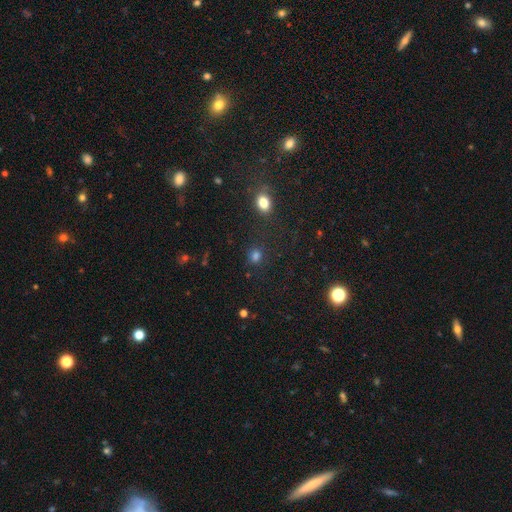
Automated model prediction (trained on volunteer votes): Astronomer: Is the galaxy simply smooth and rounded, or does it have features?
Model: smooth — 75%.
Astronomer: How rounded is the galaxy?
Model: round — 73%.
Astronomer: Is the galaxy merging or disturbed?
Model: none — 79%.